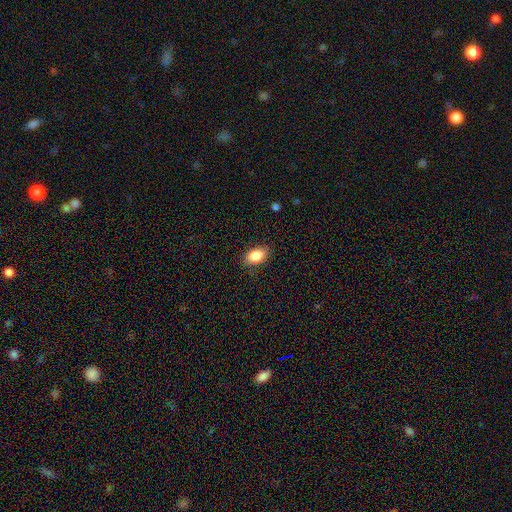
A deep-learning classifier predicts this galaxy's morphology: smooth_or_featured: smooth (p=0.87) [alt: star or artifact p=0.07]
how_rounded: in between (p=0.91) [alt: round p=0.07]
merging: none (p=0.86) [alt: minor disturbance p=0.11]